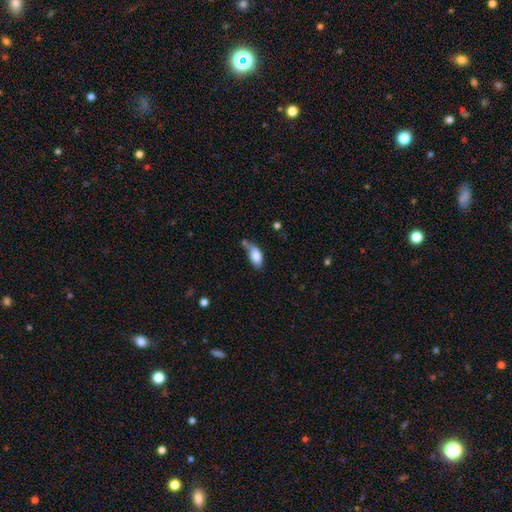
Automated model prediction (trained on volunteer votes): smooth 83%, featured or disk 10%, star or artifact 7%. Down the decision tree: how rounded — in between (91%); merging — none (35%).